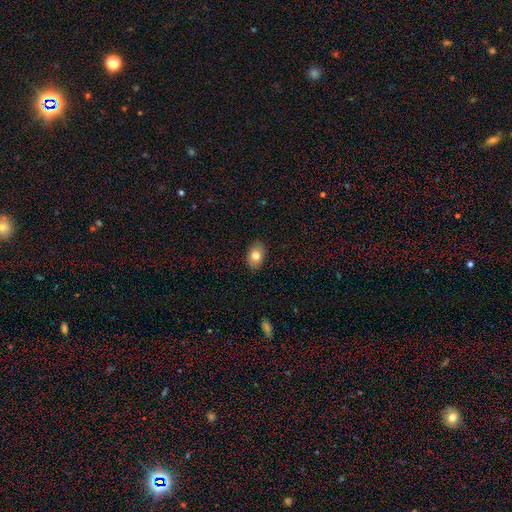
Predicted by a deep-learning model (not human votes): Smooth or featured? smooth (79%)
How rounded? in between (82%)
Merging? none (88%)